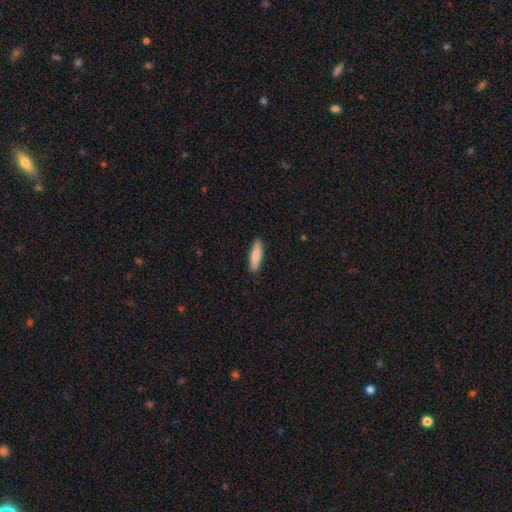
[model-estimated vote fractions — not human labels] Q: Smooth or featured?
A: smooth (86%); runner-up: featured or disk (9%)
Q: How rounded?
A: cigar-shaped (68%); runner-up: in between (31%)
Q: Merging?
A: none (89%); runner-up: minor disturbance (8%)